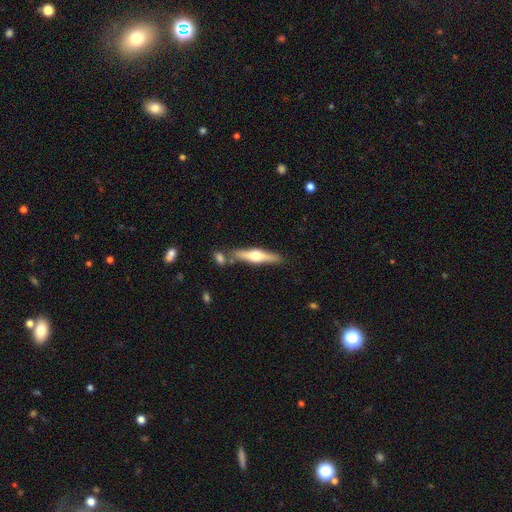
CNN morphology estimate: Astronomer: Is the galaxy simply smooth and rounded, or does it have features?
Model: featured or disk — 58% (runner-up: smooth, 37%).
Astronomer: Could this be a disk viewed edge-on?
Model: yes — 95%.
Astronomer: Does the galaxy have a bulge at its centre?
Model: rounded — 93%.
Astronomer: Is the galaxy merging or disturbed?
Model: none — 75%.